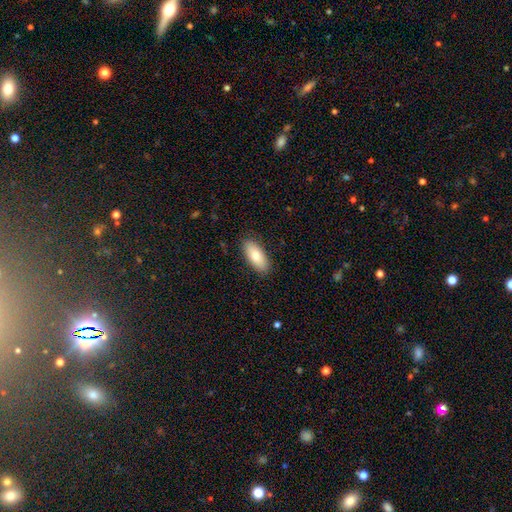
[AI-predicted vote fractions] This appears to be a smooth galaxy with no disk features (79%) that is in between round and cigar-shaped (85%). Merging: none (88%).